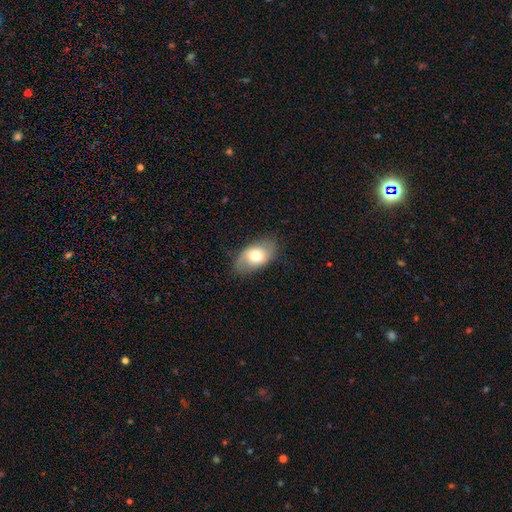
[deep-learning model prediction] Smooth or featured?
  - smooth: 58% *
  - featured or disk: 35%
  - star or artifact: 7%
How rounded?
  - in between: 89% *
  - round: 9%
  - cigar-shaped: 2%
Merging?
  - none: 76% *
  - minor disturbance: 18%
  - major disturbance: 5%
  - merger: 1%